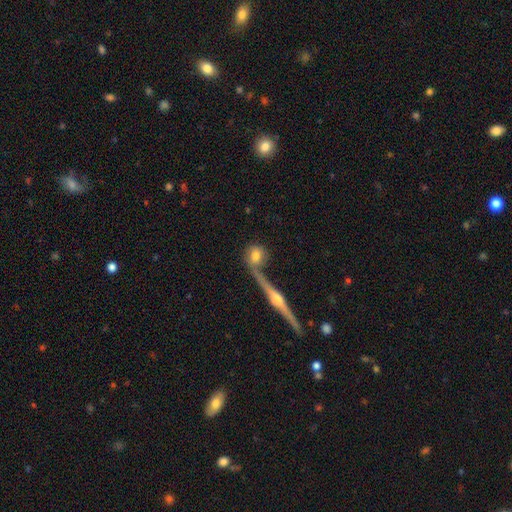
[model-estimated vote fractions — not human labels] Q: Smooth or featured?
A: smooth (65%); runner-up: featured or disk (26%)
Q: How rounded?
A: round (74%); runner-up: in between (18%)
Q: Merging?
A: none (60%); runner-up: merger (24%)